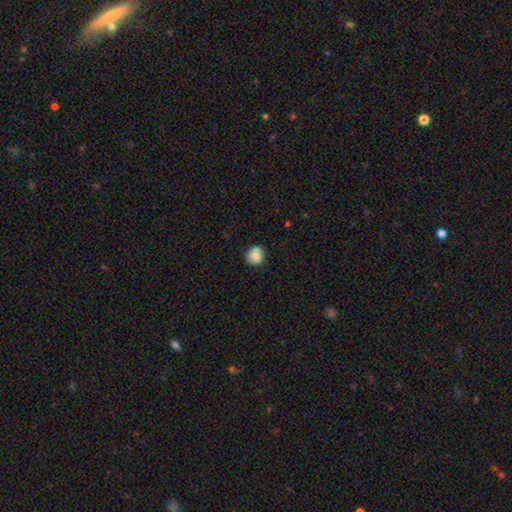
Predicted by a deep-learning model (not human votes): Smooth or featured: smooth — 76% (featured or disk — 16%)
How rounded: round — 82% (in between — 17%)
Merging: none — 70% (minor disturbance — 20%)